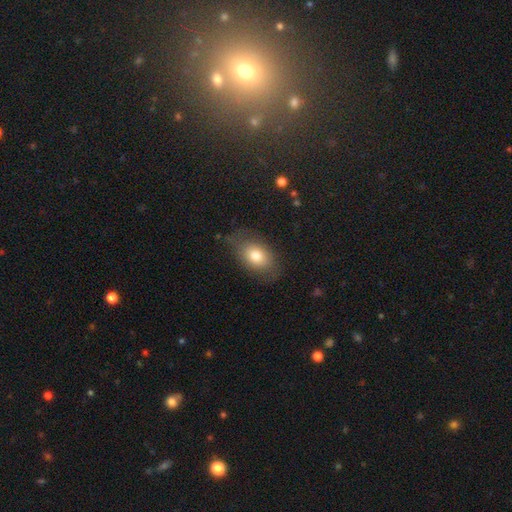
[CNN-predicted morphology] Smooth or featured? smooth (77%)
How rounded? in between (83%)
Merging? none (70%)